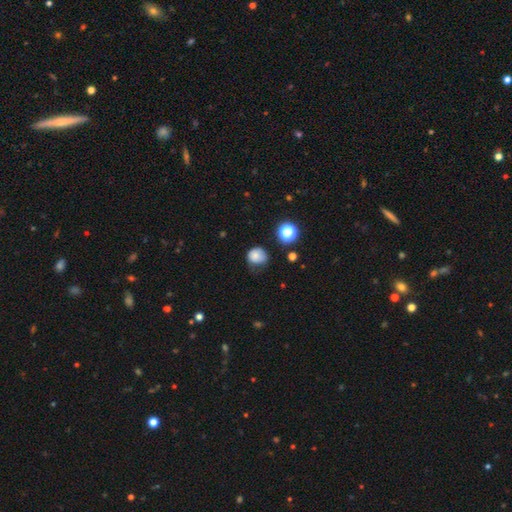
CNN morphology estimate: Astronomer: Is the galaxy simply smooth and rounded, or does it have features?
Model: smooth — 80%.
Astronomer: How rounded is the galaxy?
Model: round — 76%.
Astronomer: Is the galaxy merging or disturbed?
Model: none — 50% (runner-up: minor disturbance, 35%).